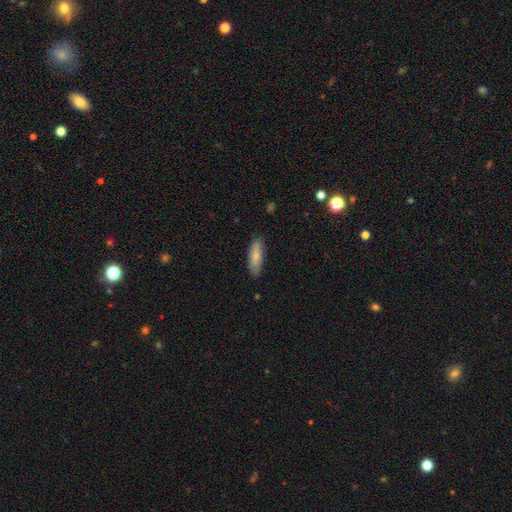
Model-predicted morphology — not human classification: smooth_or_featured: smooth (p=0.80) [alt: featured or disk p=0.14]
how_rounded: in between (p=0.57) [alt: cigar-shaped p=0.41]
merging: none (p=0.83) [alt: minor disturbance p=0.14]